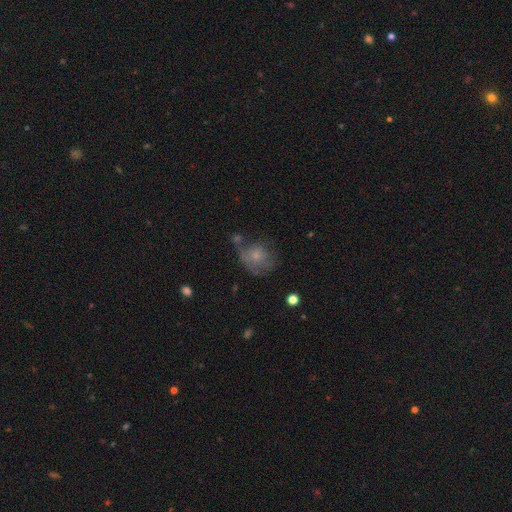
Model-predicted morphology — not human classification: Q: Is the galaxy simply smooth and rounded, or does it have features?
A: smooth — 59%.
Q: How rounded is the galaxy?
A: round — 68%.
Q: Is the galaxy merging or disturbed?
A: none — 38%.